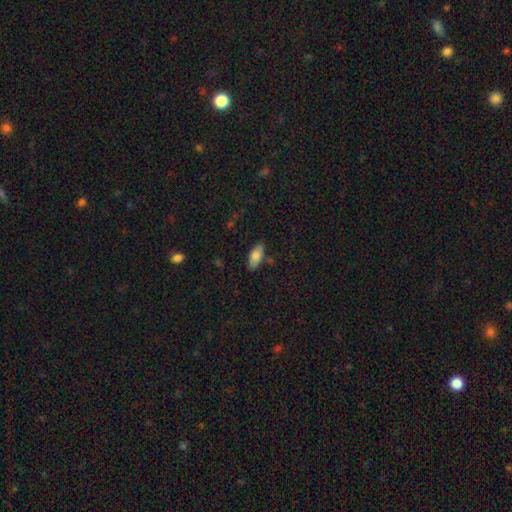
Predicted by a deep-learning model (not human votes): The model was most divided on "merging": none: 79%, minor disturbance: 15%, major disturbance: 3%, merger: 3%. More confident: how rounded — in between (85%); smooth or featured — smooth (80%).